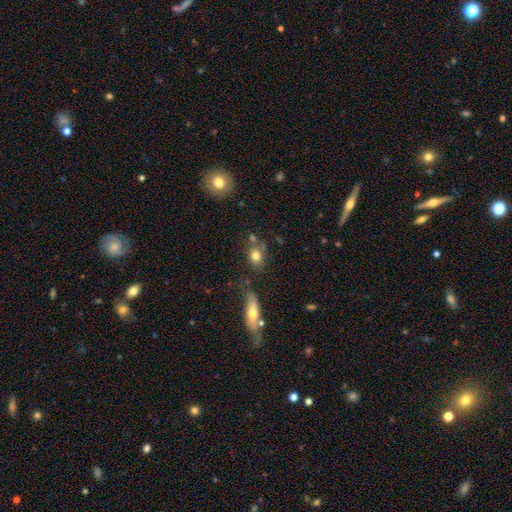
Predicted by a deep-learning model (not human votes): smooth-or-featured: smooth: 77% | featured or disk: 13% | star or artifact: 10%
  how-rounded: in between: 52% | round: 44% | cigar-shaped: 4%
  merging: none: 62% | merger: 17% | minor disturbance: 16% | major disturbance: 5%